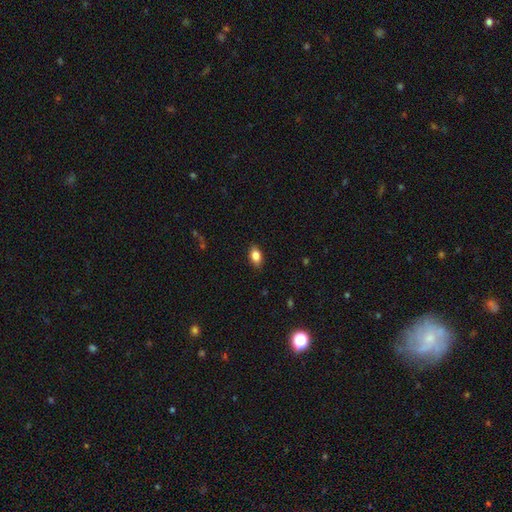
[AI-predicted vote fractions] Smooth or featured?
  - smooth: 84% *
  - star or artifact: 8%
  - featured or disk: 7%
How rounded?
  - in between: 86% *
  - round: 11%
  - cigar-shaped: 3%
Merging?
  - none: 87% *
  - minor disturbance: 10%
  - major disturbance: 2%
  - merger: 1%